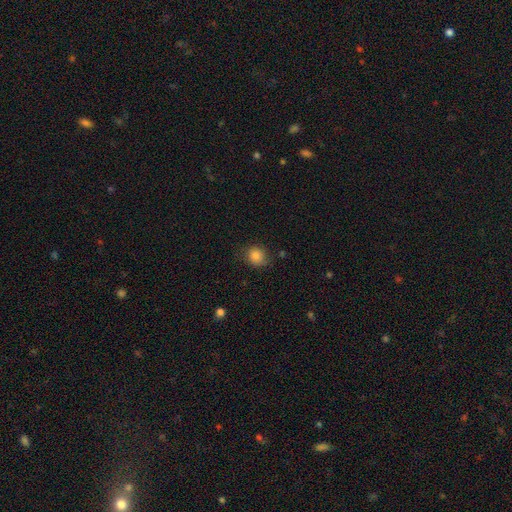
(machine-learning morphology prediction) This appears to be a smooth galaxy with no disk features (83%) that is round (81%). Merging: none (75%).